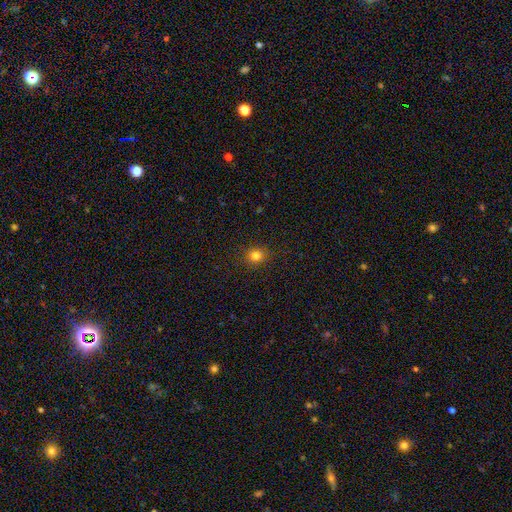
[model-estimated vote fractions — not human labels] A smooth galaxy with no disk features (81%) that is round (82%).

Vote fractions:
- Smooth or featured? smooth: 81% / star or artifact: 14% / featured or disk: 5%
- How rounded? round: 82% / in between: 17% / cigar-shaped: 1%
- Merging? none: 90% / minor disturbance: 7% / major disturbance: 2% / merger: 1%